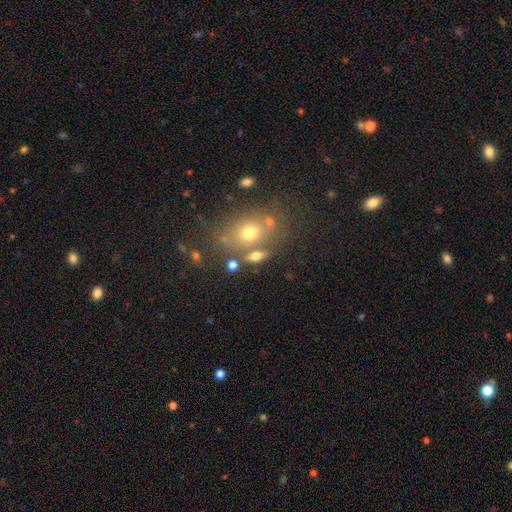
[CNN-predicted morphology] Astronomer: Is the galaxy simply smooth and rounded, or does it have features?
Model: smooth — 63%.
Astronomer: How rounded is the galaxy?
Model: in between — 71%.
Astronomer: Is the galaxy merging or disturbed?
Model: none — 62%.